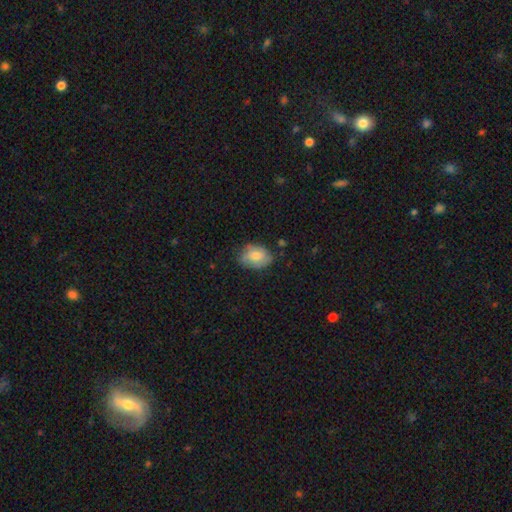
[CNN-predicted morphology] A smooth galaxy with no disk features (64%) that is in between round and cigar-shaped (70%).

Vote fractions:
- Smooth or featured? smooth: 64% / featured or disk: 28% / star or artifact: 7%
- How rounded? in between: 70% / round: 29% / cigar-shaped: 1%
- Merging? none: 67% / minor disturbance: 26% / major disturbance: 5% / merger: 2%